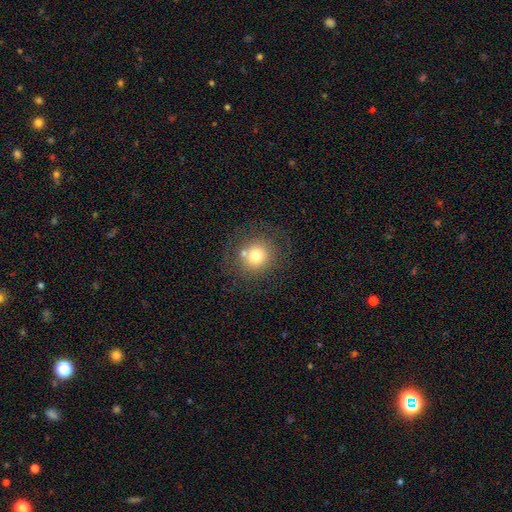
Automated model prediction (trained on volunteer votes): smooth_or_featured: smooth (p=0.72) [alt: featured or disk p=0.16]
how_rounded: round (p=0.89) [alt: in between p=0.10]
merging: none (p=0.71) [alt: minor disturbance p=0.12]